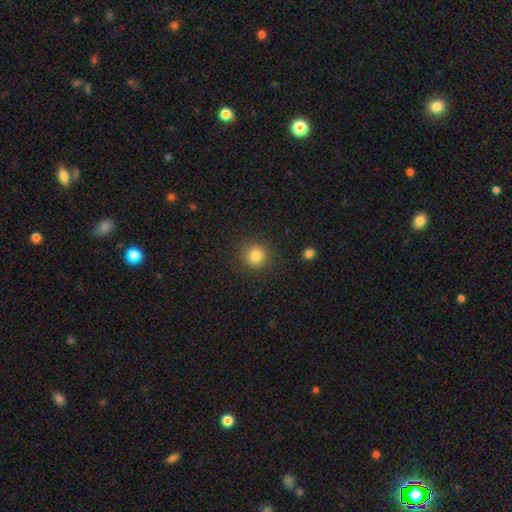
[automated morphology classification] smooth-or-featured: smooth: 84% | star or artifact: 11% | featured or disk: 5%
  how-rounded: round: 93% | in between: 6% | cigar-shaped: 1%
  merging: none: 89% | minor disturbance: 7% | major disturbance: 3% | merger: 1%